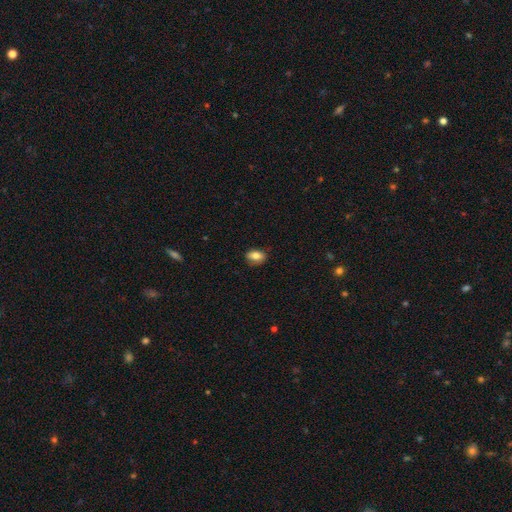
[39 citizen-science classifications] This is clearly a smooth galaxy (90%). How rounded: clearly in between (94%). Merging: likely none (62%).